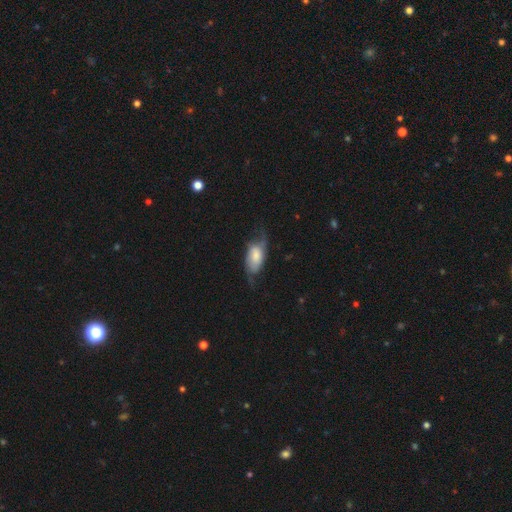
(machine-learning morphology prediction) Smooth or featured? Predicted: smooth (p=0.48). Merging? Predicted: none (p=0.49).